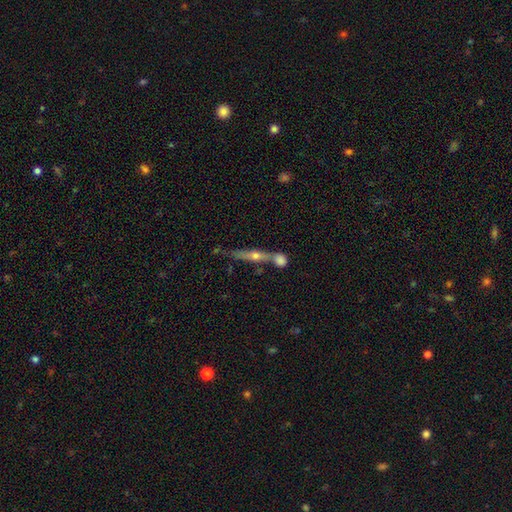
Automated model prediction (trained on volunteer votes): Morphology: type=featured or disk (67%); edge-on=yes (89%); edge-on bulge=rounded (90%); merging=none (61%).